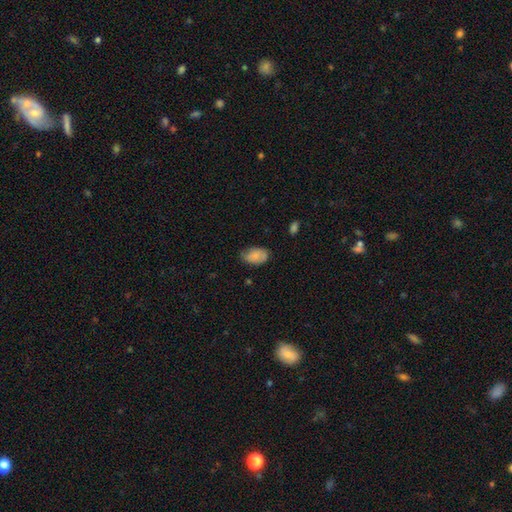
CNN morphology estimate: Smooth or featured: smooth — 75% (featured or disk — 17%)
How rounded: in between — 90% (round — 8%)
Merging: none — 65% (minor disturbance — 27%)